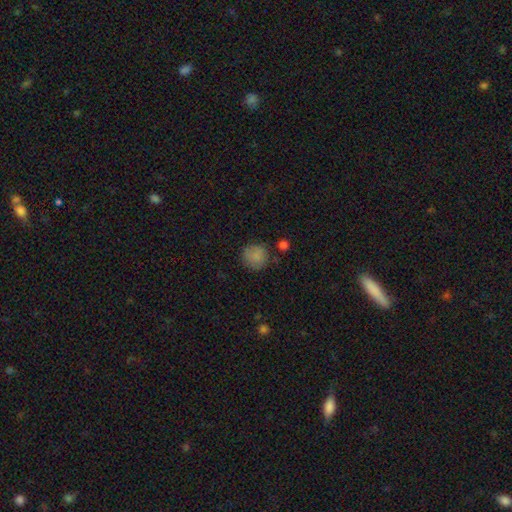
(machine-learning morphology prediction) smooth_or_featured: smooth (p=0.83) [alt: star or artifact p=0.10]
how_rounded: round (p=0.90) [alt: in between p=0.09]
merging: none (p=0.75) [alt: minor disturbance p=0.16]